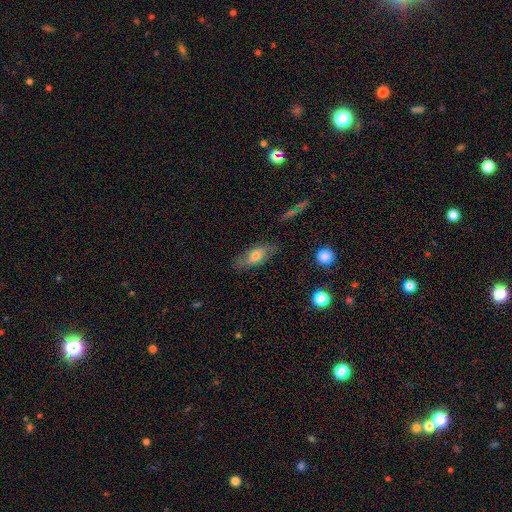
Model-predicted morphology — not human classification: Smooth or featured? smooth (64%)
How rounded? in between (83%)
Merging? none (74%)